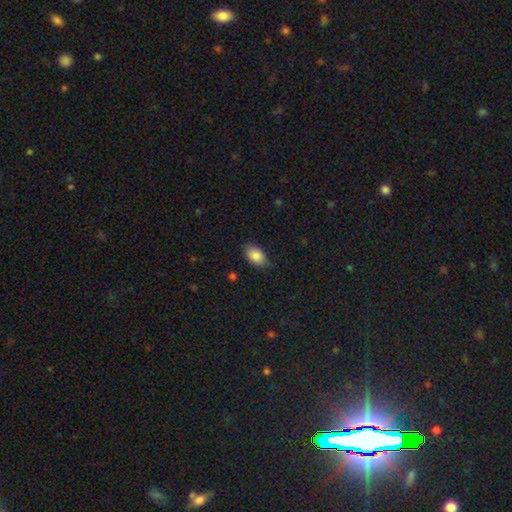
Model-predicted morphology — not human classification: Smooth or featured: smooth — 87% (star or artifact — 7%)
How rounded: in between — 89% (round — 9%)
Merging: none — 72% (minor disturbance — 23%)